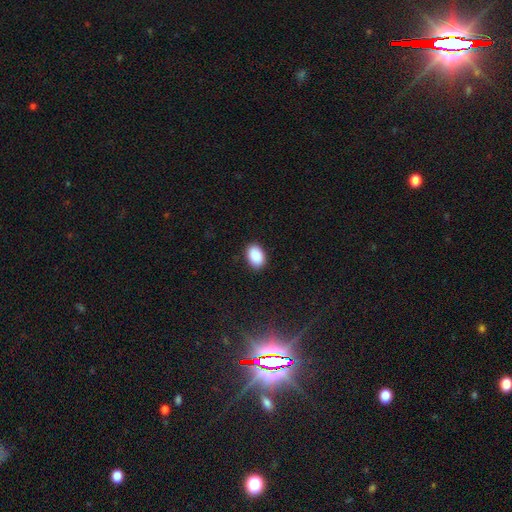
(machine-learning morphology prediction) A smooth galaxy with no disk features (89%) that is in between round and cigar-shaped (85%). Merging: none (88%).